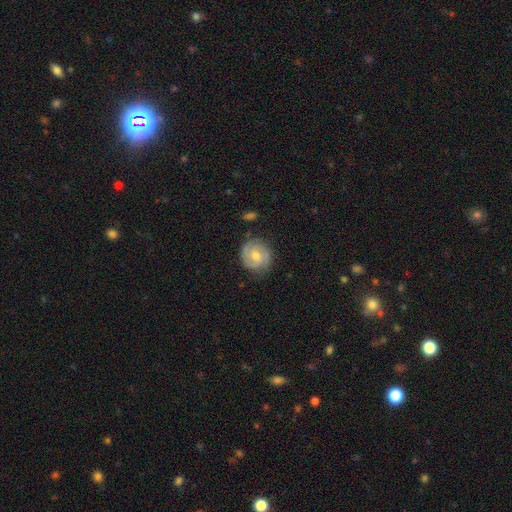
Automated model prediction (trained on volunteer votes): Smooth or featured? Predicted: featured or disk (p=0.68). Edge-on disk? Predicted: no (p=0.97). Bar? Predicted: no (p=0.56). Spiral arms? Predicted: yes (p=0.91). Spiral winding? Predicted: tight (p=0.59). Spiral arm count? Predicted: 2 (p=0.70). Bulge size? Predicted: moderate (p=0.59). Merging? Predicted: none (p=0.80).